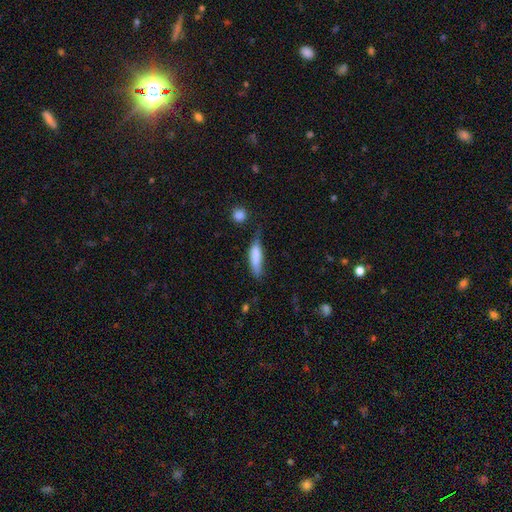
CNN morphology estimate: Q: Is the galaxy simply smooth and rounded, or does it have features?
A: smooth — 78%.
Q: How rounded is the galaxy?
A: cigar-shaped — 63%.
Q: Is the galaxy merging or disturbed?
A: none — 44%.